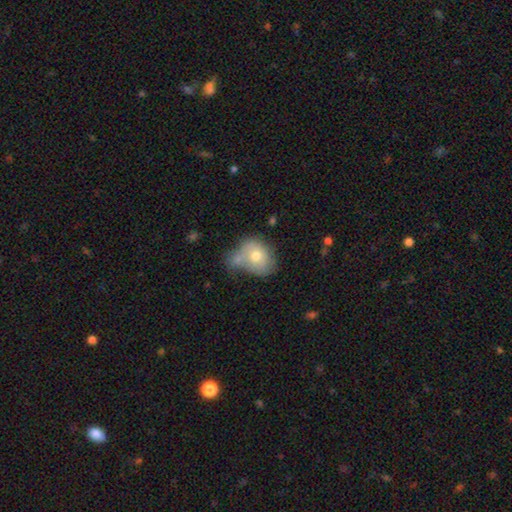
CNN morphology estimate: smooth_or_featured: smooth (p=0.68) [alt: featured or disk p=0.25]
how_rounded: in between (p=0.56) [alt: round p=0.43]
merging: merger (p=0.37) [alt: none p=0.27]